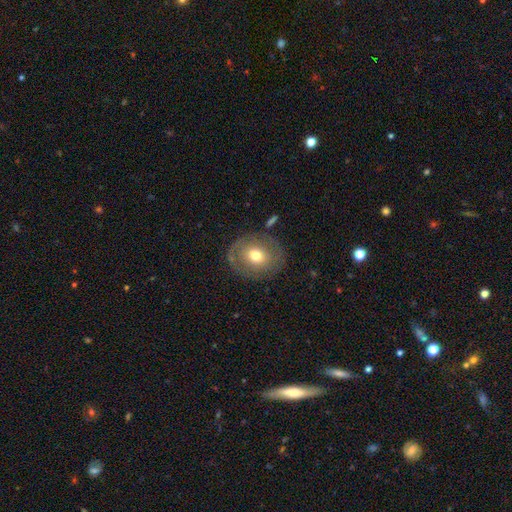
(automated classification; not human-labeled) A smooth galaxy with no disk features (57%) that is round (62%). Merging: none (79%).